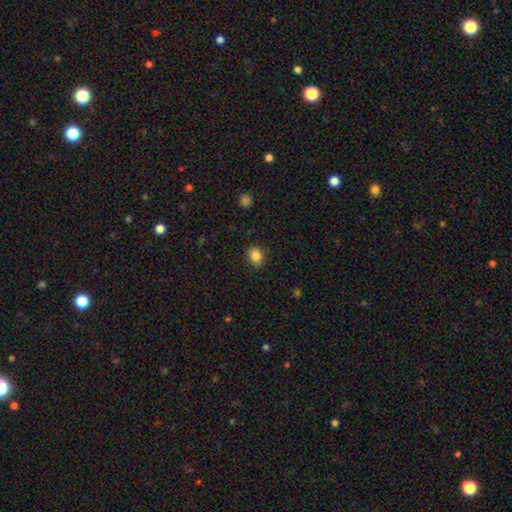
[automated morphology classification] This appears to be a smooth galaxy with no disk features (86%) that is in between round and cigar-shaped (63%). Merging: none (83%).